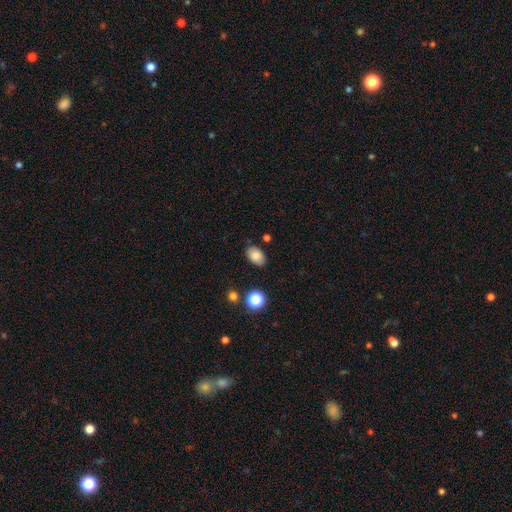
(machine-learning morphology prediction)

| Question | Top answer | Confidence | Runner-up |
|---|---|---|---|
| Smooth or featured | smooth | 84% | star or artifact (10%) |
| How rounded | in between | 86% | round (13%) |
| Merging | none | 81% | minor disturbance (13%) |